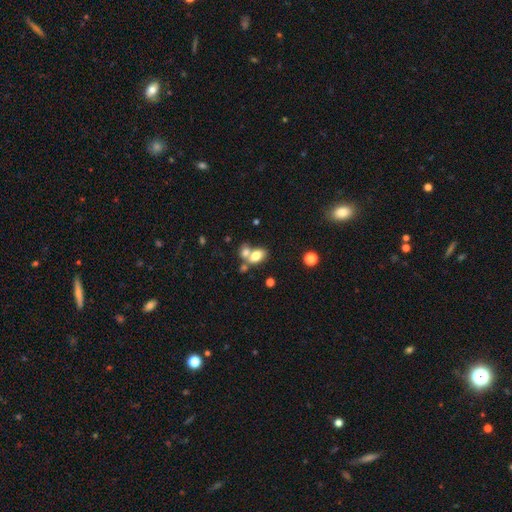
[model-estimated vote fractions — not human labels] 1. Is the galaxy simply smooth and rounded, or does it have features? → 75% smooth, 15% featured or disk, 10% star or artifact.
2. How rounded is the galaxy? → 83% in between, 15% round, 2% cigar-shaped.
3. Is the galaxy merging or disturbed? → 54% merger, 32% none, 10% minor disturbance, 5% major disturbance.